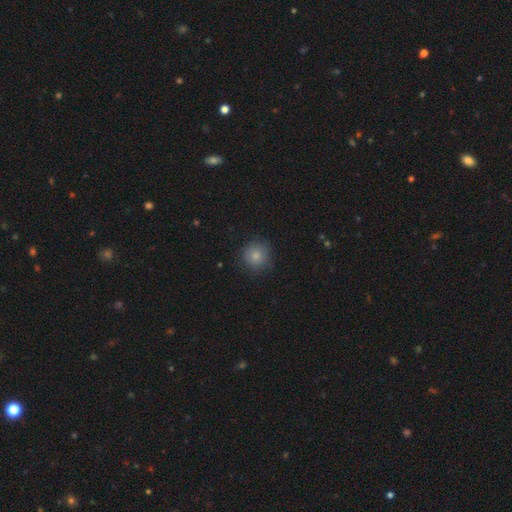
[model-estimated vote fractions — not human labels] Morphology: type=smooth (82%); roundness=round (92%); merging=none (83%).